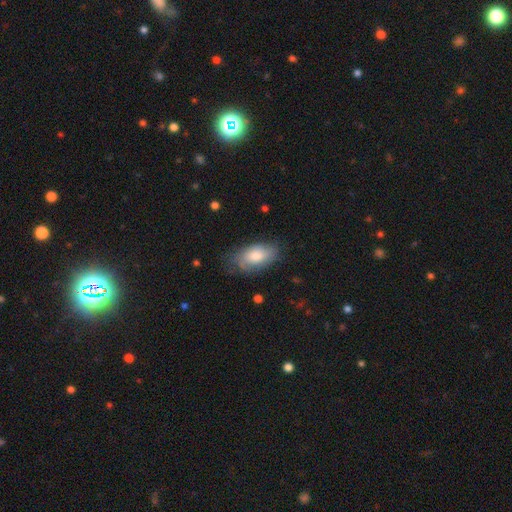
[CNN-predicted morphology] Smooth or featured? Predicted: smooth (p=0.73). How rounded? Predicted: in between (p=0.92). Merging? Predicted: none (p=0.67).